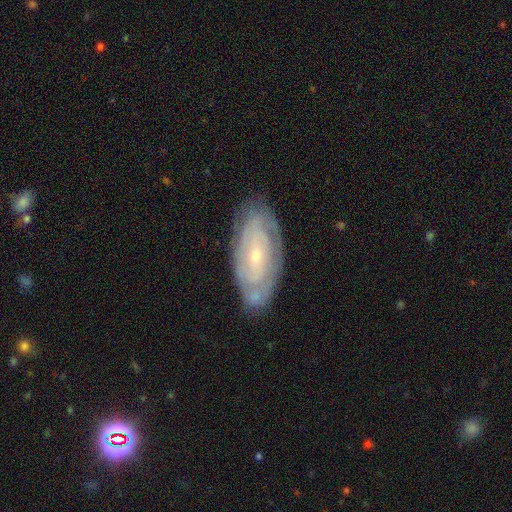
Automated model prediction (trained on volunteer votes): featured or disk 75%, smooth 19%, star or artifact 6%. Down the decision tree: edge-on disk — no (91%); bar — no (70%); spiral arms — yes (80%); spiral arm count — can't tell (56%); spiral winding — tight (76%); bulge size — small (77%); merging — none (77%).